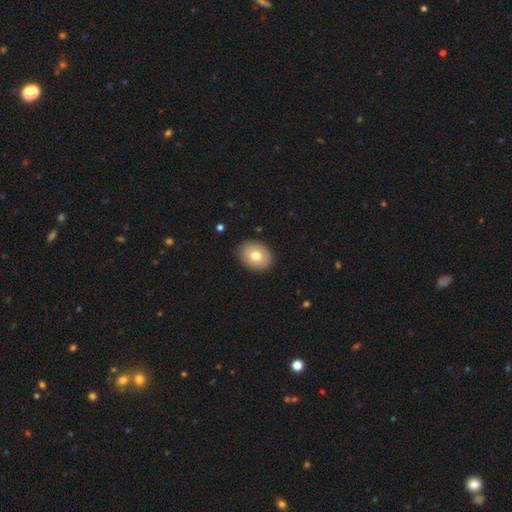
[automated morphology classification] type=smooth (76%); roundness=round (50%); merging=none (90%).